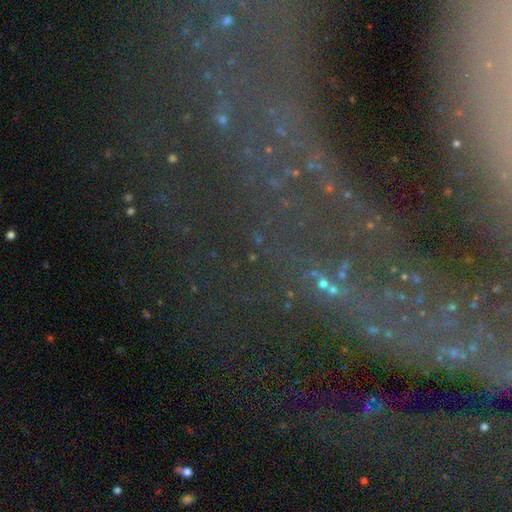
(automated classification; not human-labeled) star or artifact 54%, featured or disk 32%, smooth 14%.